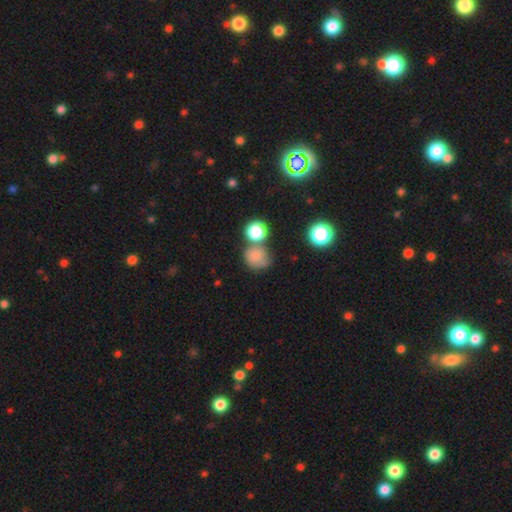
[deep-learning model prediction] A smooth galaxy with no disk features (75%) that is round (77%).

Vote fractions:
- Smooth or featured? smooth: 75% / star or artifact: 15% / featured or disk: 10%
- How rounded? round: 77% / in between: 22% / cigar-shaped: 1%
- Merging? none: 50% / merger: 26% / minor disturbance: 17% / major disturbance: 7%